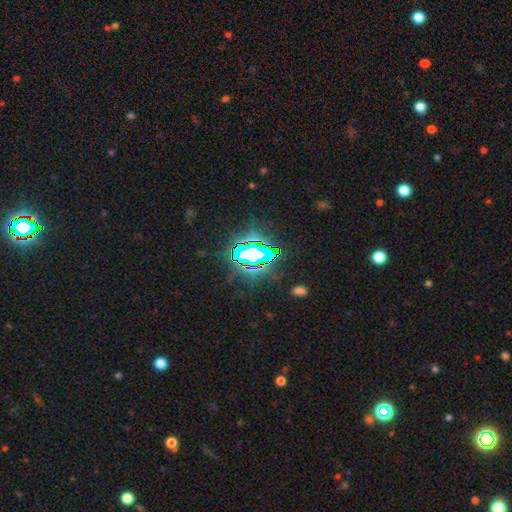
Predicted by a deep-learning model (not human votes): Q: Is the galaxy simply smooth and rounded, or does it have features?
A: star or artifact — 83%.